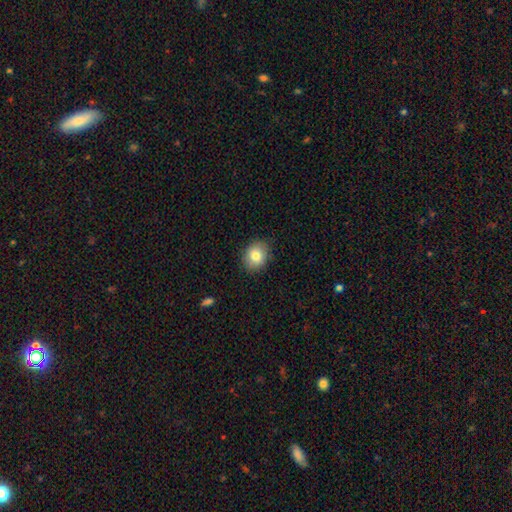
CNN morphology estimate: The model was most divided on "how rounded": round: 59%, in between: 41%, cigar-shaped: 1%. More confident: merging — none (86%); smooth or featured — smooth (81%).